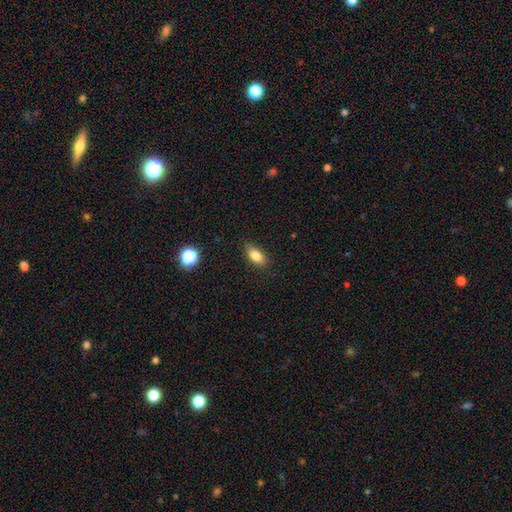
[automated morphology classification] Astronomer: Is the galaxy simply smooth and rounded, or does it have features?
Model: smooth — 82%.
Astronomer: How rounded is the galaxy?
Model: in between — 85%.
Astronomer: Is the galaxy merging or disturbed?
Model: none — 85%.